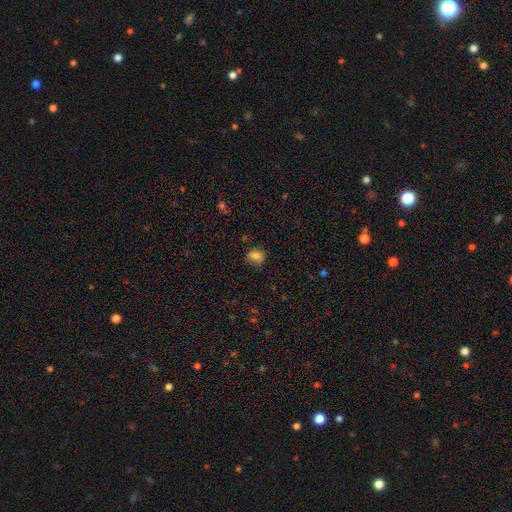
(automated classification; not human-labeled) A smooth galaxy with no disk features (80%) that is in between round and cigar-shaped (51%).

Vote fractions:
- Smooth or featured? smooth: 80% / star or artifact: 12% / featured or disk: 8%
- How rounded? in between: 51% / round: 48% / cigar-shaped: 1%
- Merging? none: 73% / minor disturbance: 19% / major disturbance: 5% / merger: 2%